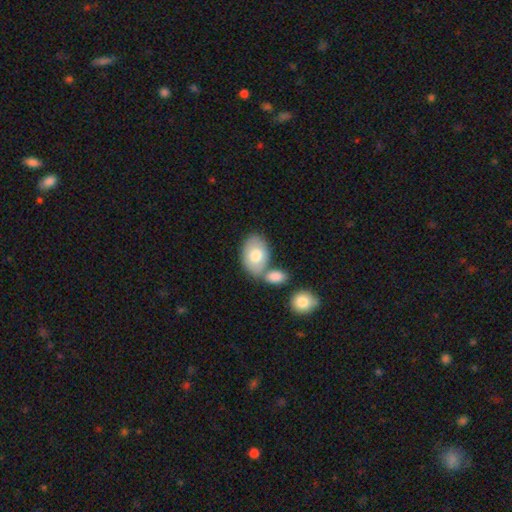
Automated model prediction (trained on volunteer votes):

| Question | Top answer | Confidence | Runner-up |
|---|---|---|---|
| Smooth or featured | smooth | 73% | featured or disk (21%) |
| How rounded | in between | 88% | round (11%) |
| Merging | none | 52% | merger (29%) |